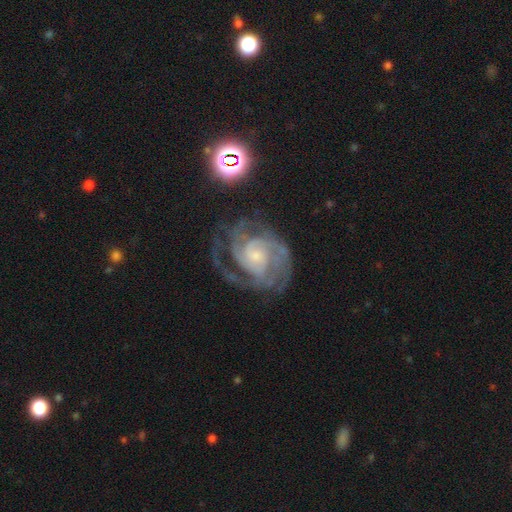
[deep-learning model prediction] Smooth or featured?
  - featured or disk: 89% *
  - star or artifact: 6%
  - smooth: 5%
Edge-on disk?
  - no: 98% *
  - yes: 2%
Bar?
  - no: 65% *
  - weak: 29%
  - strong: 6%
Spiral arms?
  - yes: 97% *
  - no: 3%
Spiral winding?
  - tight: 56% *
  - medium: 37%
  - loose: 7%
Spiral arm count?
  - 2: 28% * (tied)
  - 3: 28% * (tied)
  - can't tell: 20%
  - 4: 10%
  - 1: 7%
  - more than 4: 7%
Bulge size?
  - small: 62% *
  - moderate: 26%
  - none: 7%
  - large: 4%
  - dominant: 1%
Merging?
  - none: 62% *
  - minor disturbance: 18%
  - major disturbance: 17%
  - merger: 2%